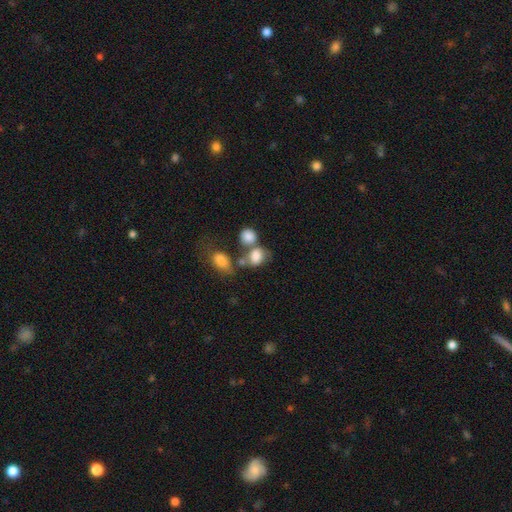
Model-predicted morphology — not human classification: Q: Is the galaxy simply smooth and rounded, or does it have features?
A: smooth — 78%.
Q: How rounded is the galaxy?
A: in between — 65%.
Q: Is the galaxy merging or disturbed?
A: merger — 46%.